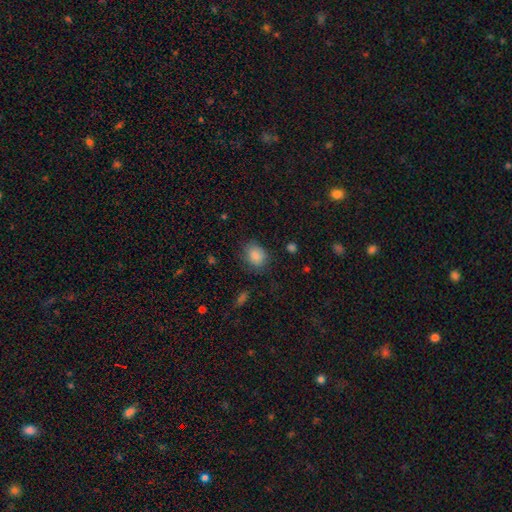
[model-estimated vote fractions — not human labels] Overall: smooth (86%). How rounded: in between (54%; round 45%). Merging: none (72%).